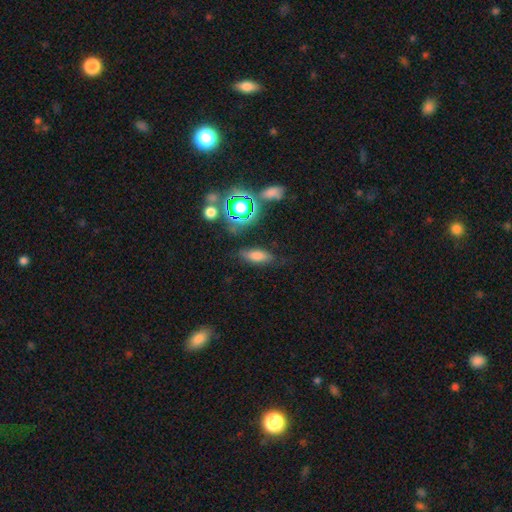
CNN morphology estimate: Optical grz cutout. It shows a smooth galaxy with no disk features (67%) that is in between round and cigar-shaped (67%). Merging: none (74%).